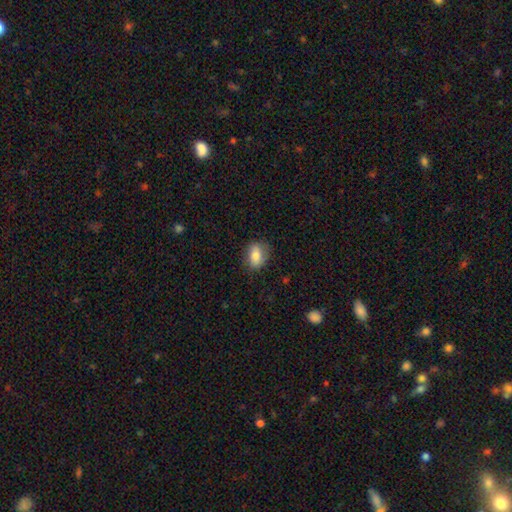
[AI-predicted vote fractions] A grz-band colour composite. It shows a smooth galaxy with no disk features (77%) that is in between round and cigar-shaped (72%). Merging: none (76%).